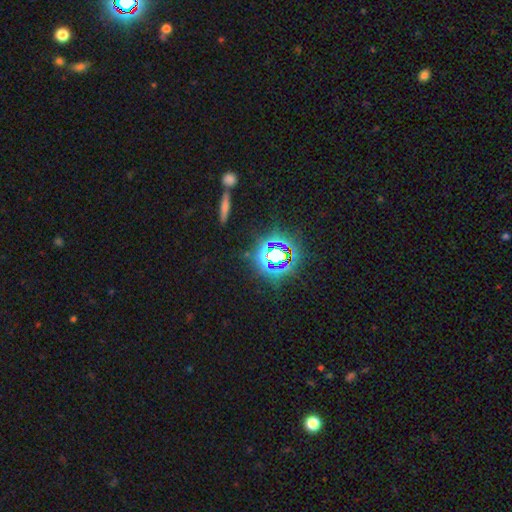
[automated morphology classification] Smooth or featured? Predicted: star or artifact (p=0.75).